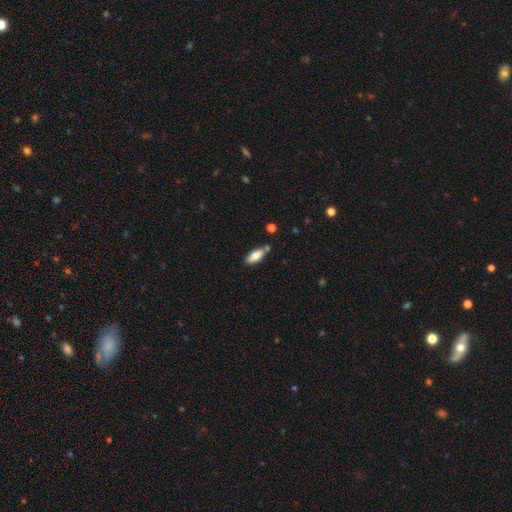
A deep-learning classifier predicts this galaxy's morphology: Smooth or featured: smooth — 82% (featured or disk — 12%)
How rounded: in between — 78% (cigar-shaped — 20%)
Merging: none — 73% (minor disturbance — 16%)